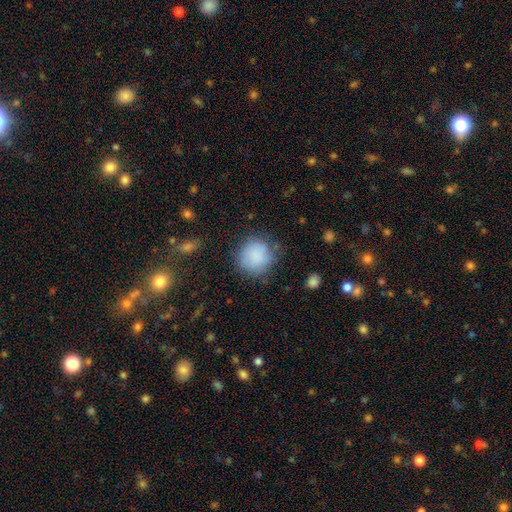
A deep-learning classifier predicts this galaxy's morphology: Q: Smooth or featured?
A: smooth (84%); runner-up: featured or disk (8%)
Q: How rounded?
A: round (90%); runner-up: in between (9%)
Q: Merging?
A: none (69%); runner-up: minor disturbance (21%)